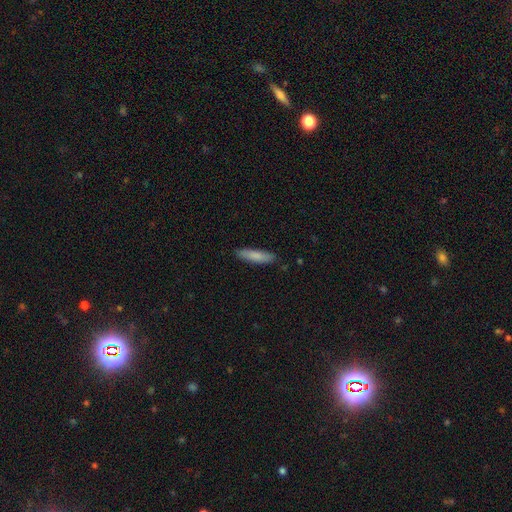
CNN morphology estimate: Smooth or featured? smooth (83%)
How rounded? cigar-shaped (77%)
Merging? none (87%)